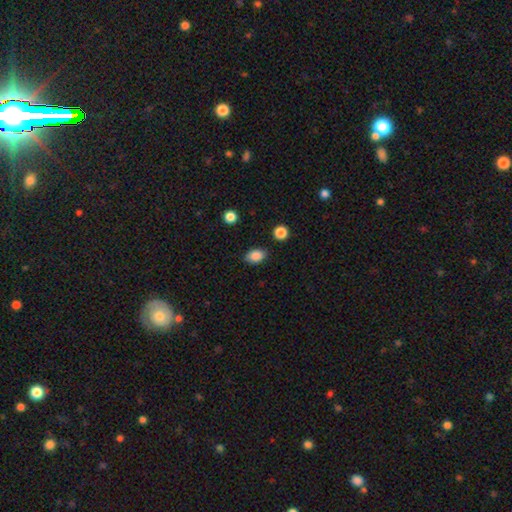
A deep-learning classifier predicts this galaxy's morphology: smooth 86%, star or artifact 9%, featured or disk 5%. Down the decision tree: how rounded — in between (83%); merging — none (85%).